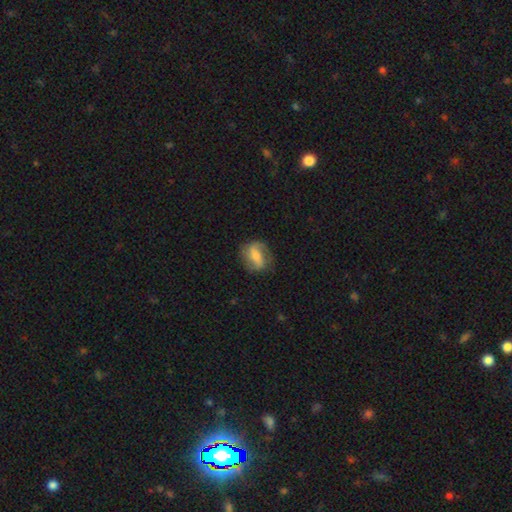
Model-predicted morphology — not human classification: featured or disk 57%, smooth 36%, star or artifact 7%. Down the decision tree: edge-on disk — no (92%); bar — strong (46%); spiral arms — yes (74%); bulge size — moderate (43%); merging — none (73%).